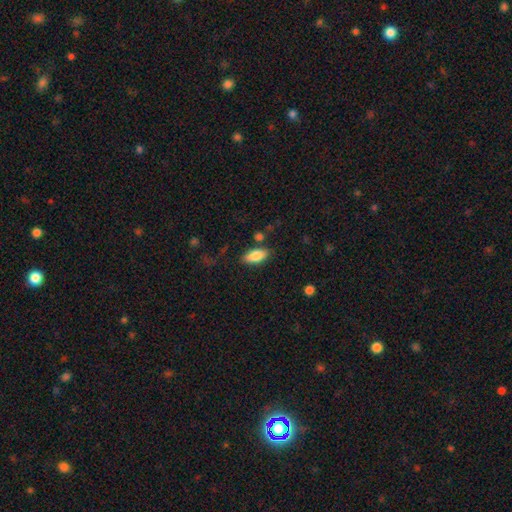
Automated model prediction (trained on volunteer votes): Overall: smooth (84%). How rounded: in between (87%). Merging: none (81%).